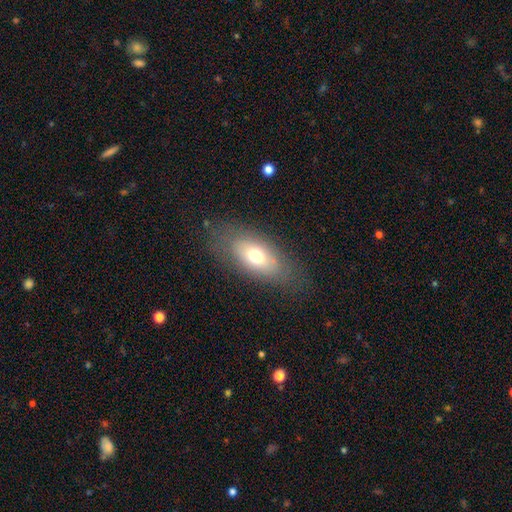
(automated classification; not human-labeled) A smooth galaxy with no disk features (68%) that is in between round and cigar-shaped (86%). Merging: none (76%).